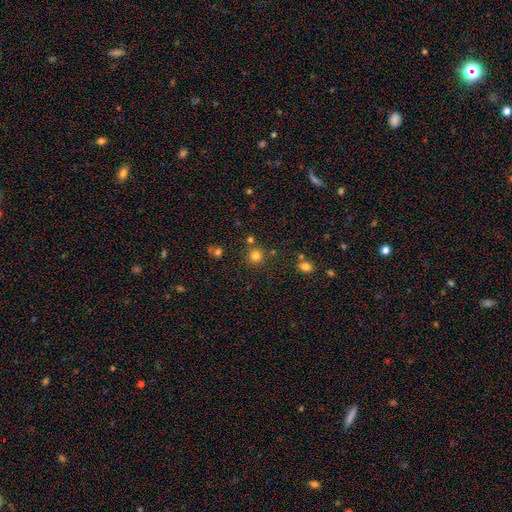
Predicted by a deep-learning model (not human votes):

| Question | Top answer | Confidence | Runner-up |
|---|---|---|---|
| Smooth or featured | smooth | 79% | star or artifact (16%) |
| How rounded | round | 93% | in between (6%) |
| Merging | none | 79% | merger (10%) |